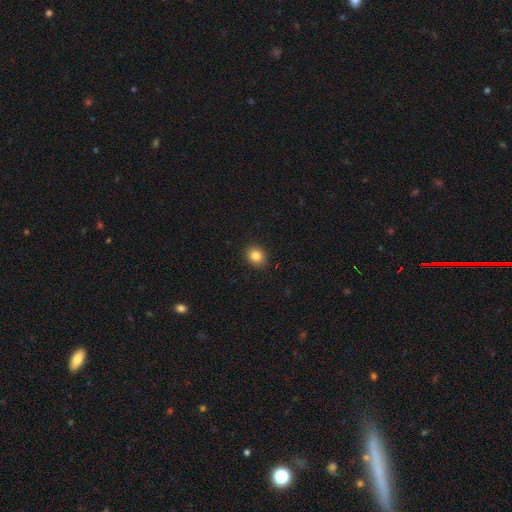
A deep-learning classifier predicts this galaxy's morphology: smooth 85%, star or artifact 10%, featured or disk 5%. Down the decision tree: how rounded — round (61%); merging — none (89%).